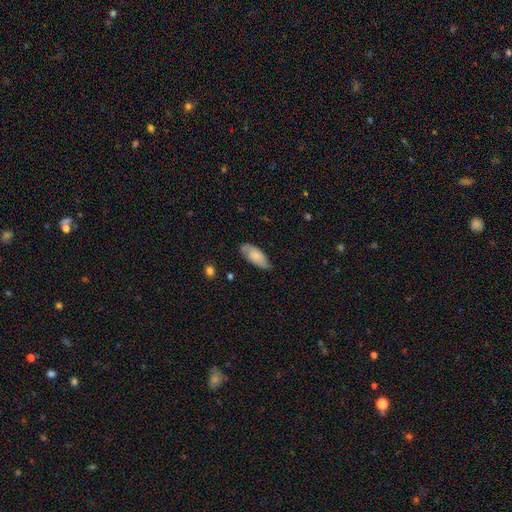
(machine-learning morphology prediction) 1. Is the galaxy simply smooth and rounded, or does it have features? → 73% smooth, 21% featured or disk, 6% star or artifact.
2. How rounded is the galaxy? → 88% in between, 10% cigar-shaped, 2% round.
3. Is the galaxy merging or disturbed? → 68% none, 26% minor disturbance, 4% major disturbance, 2% merger.